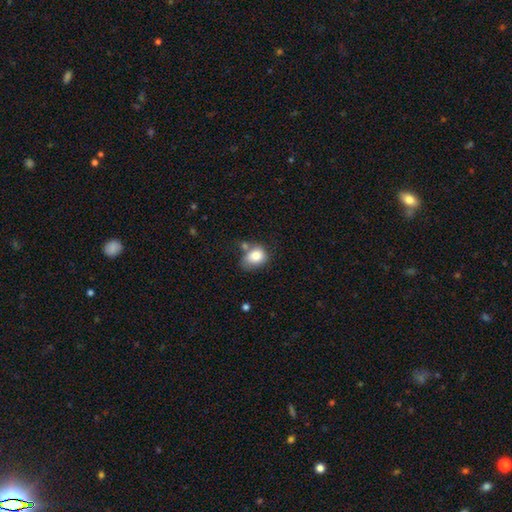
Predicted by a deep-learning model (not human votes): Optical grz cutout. It shows a smooth galaxy with no disk features (81%) that is in between round and cigar-shaped (52%). Merging: none (45%).